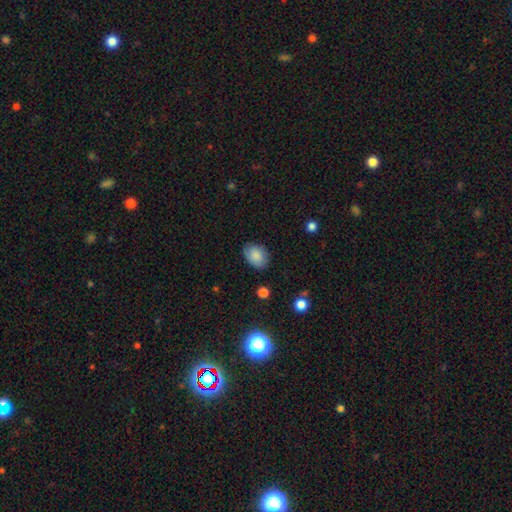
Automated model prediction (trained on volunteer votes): Smooth or featured? smooth (84%)
How rounded? in between (78%)
Merging? none (79%)